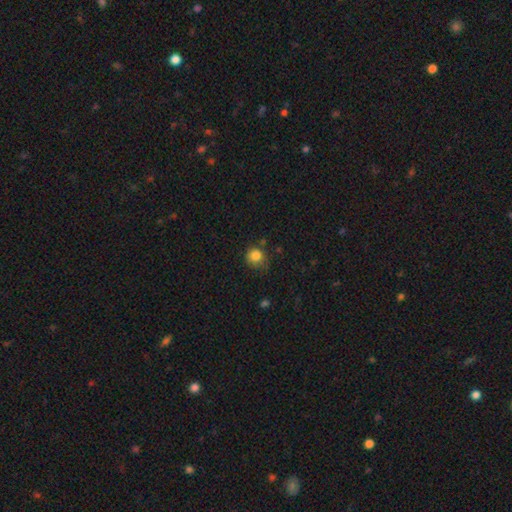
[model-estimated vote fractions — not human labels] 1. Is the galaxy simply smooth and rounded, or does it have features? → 83% smooth, 11% star or artifact, 7% featured or disk.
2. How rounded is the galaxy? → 84% round, 15% in between, 1% cigar-shaped.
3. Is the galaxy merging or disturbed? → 59% none, 28% minor disturbance, 9% major disturbance, 4% merger.